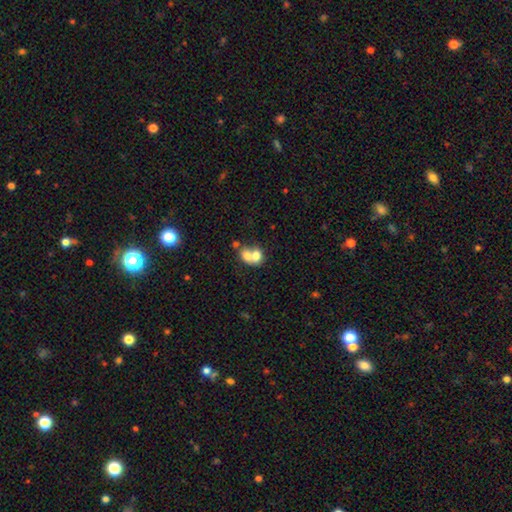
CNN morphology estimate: A smooth galaxy with no disk features (69%) that is in between round and cigar-shaped (50%).

Vote fractions:
- Smooth or featured? smooth: 69% / featured or disk: 22% / star or artifact: 9%
- How rounded? in between: 50% / round: 49% / cigar-shaped: 1%
- Merging? merger: 72% / none: 19% / minor disturbance: 6% / major disturbance: 3%